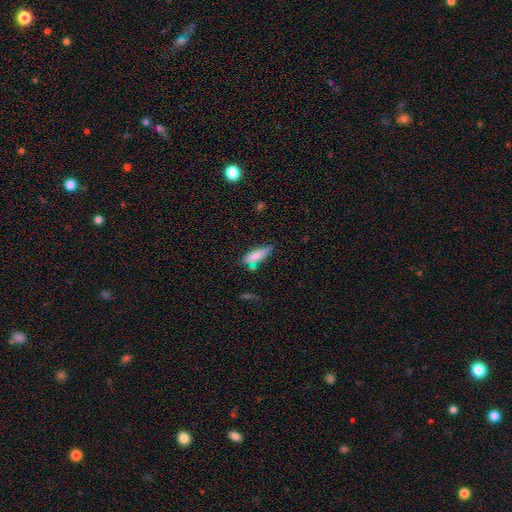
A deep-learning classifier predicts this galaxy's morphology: This is clearly a smooth galaxy (82%). How rounded: possibly in between (55%). Merging: likely none (63%).